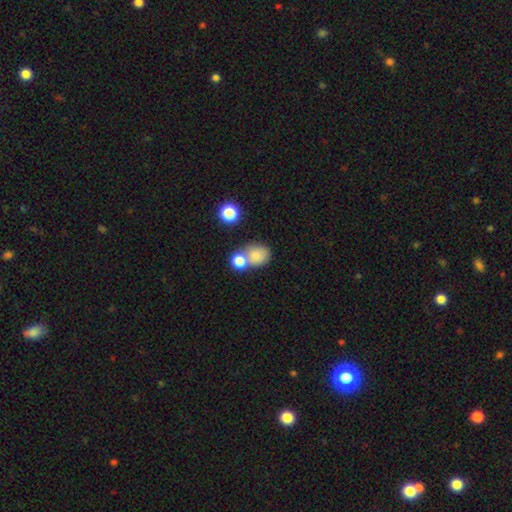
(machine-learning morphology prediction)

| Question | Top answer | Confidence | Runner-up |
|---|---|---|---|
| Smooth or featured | smooth | 78% | star or artifact (11%) |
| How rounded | round | 60% | in between (39%) |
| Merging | none | 43% | merger (41%) |